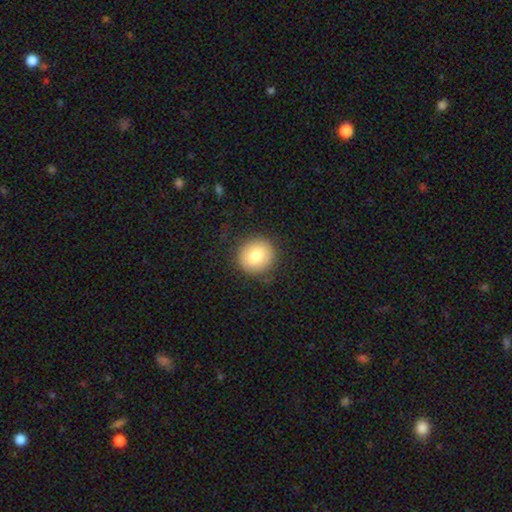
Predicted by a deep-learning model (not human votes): This is likely a smooth galaxy (79%). How rounded: clearly round (88%). Merging: clearly none (85%).